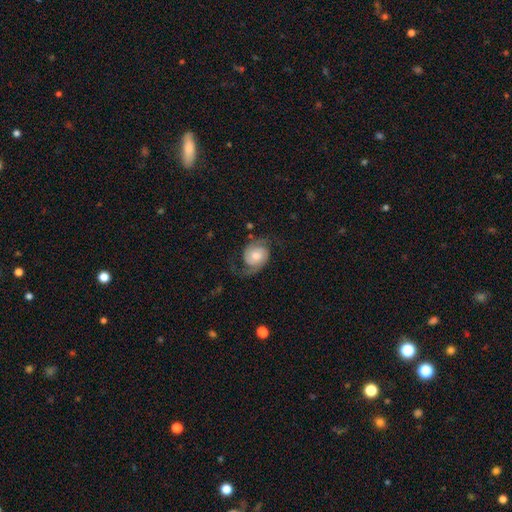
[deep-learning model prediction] This is clearly a featured or disk galaxy (80%). It is clearly not viewed edge-on (98%). Bar: likely no (71%). Spiral arm pattern: clearly yes (96%). Spiral arm count: clearly 2 (90%). Spiral winding: marginally medium (42%). Central bulge: possibly moderate (56%). Merging: likely none (68%).